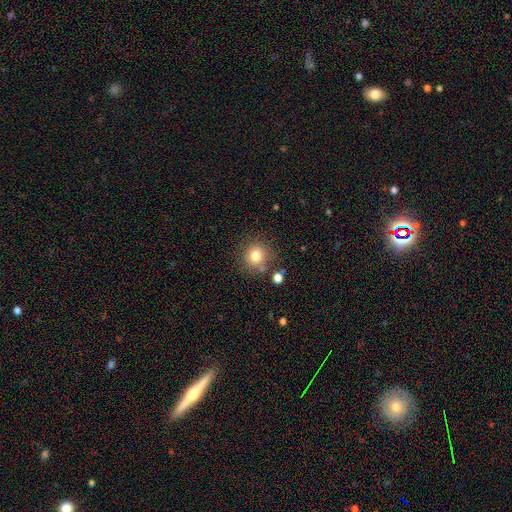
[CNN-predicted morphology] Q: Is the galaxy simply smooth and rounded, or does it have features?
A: smooth — 78%.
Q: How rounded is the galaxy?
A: round — 90%.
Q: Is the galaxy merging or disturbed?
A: none — 78%.